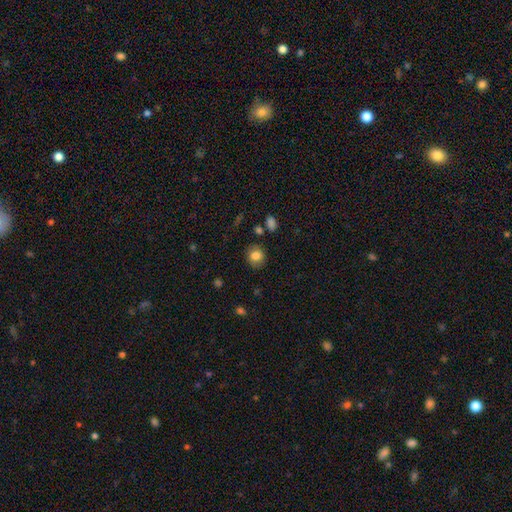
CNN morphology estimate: Smooth or featured? Predicted: smooth (p=0.81). How rounded? Predicted: round (p=0.71). Merging? Predicted: none (p=0.82).